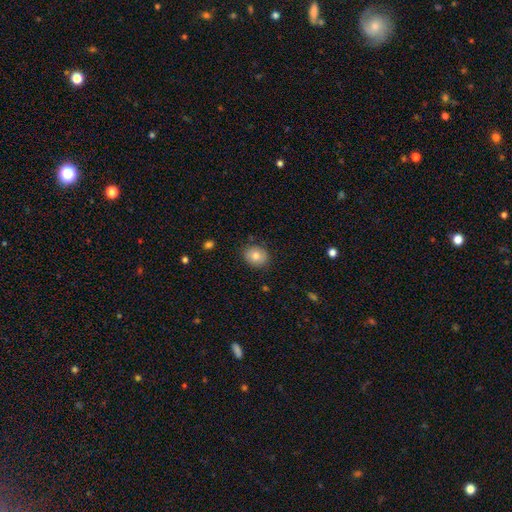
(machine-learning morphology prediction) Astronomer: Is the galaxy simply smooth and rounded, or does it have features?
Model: smooth — 79%.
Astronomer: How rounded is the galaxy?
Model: round — 63%.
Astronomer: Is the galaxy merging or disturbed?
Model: none — 85%.